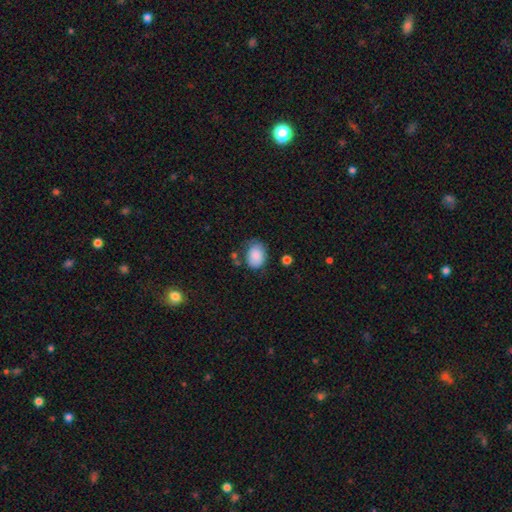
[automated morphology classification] This is clearly a smooth galaxy (85%). How rounded: likely in between (70%). Merging: likely none (60%).